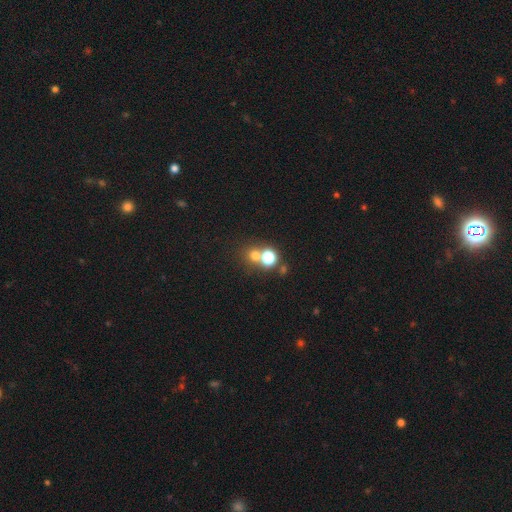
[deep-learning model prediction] Overall: smooth (66%). How rounded: round (86%). Merging: none (55%; merger 35%).